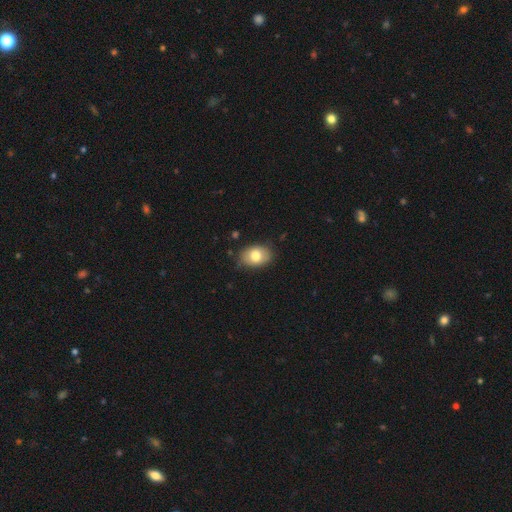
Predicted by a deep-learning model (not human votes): A smooth galaxy with no disk features (77%) that is in between round and cigar-shaped (81%).

Vote fractions:
- Smooth or featured? smooth: 77% / featured or disk: 16% / star or artifact: 7%
- How rounded? in between: 81% / round: 17% / cigar-shaped: 1%
- Merging? none: 79% / minor disturbance: 17% / major disturbance: 3% / merger: 1%